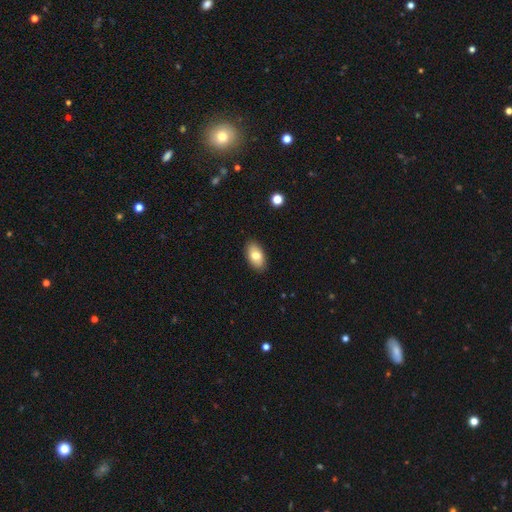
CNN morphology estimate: smooth-or-featured: smooth: 77% | featured or disk: 16% | star or artifact: 7%
  how-rounded: in between: 93% | round: 5% | cigar-shaped: 2%
  merging: none: 89% | minor disturbance: 9% | major disturbance: 2% | merger: 1%